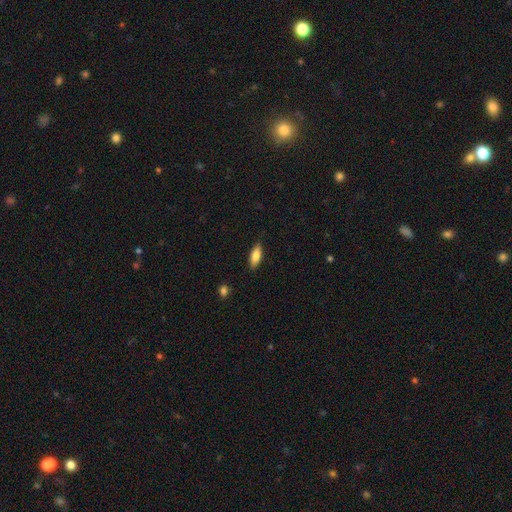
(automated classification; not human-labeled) This appears to be a smooth galaxy with no disk features (82%) that is in between round and cigar-shaped (69%). Merging: none (85%).